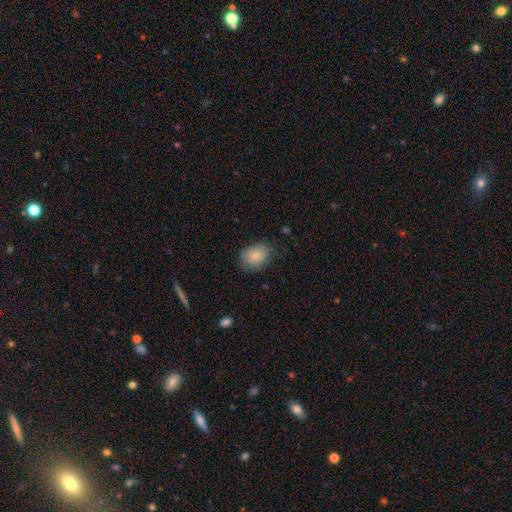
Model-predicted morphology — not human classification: Smooth or featured? smooth (84%)
How rounded? in between (68%)
Merging? none (73%)